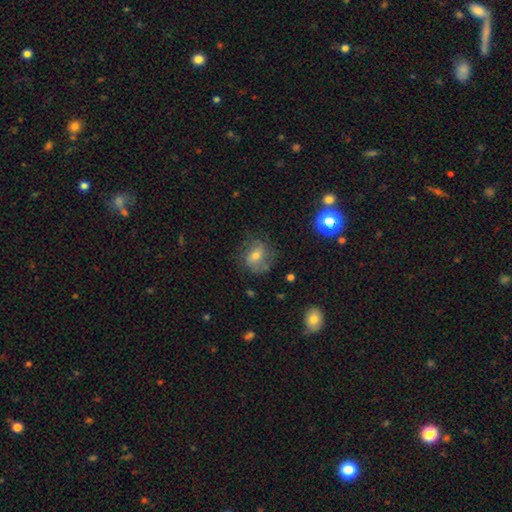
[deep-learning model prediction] Smooth or featured? Predicted: smooth (p=0.45). Merging? Predicted: none (p=0.64).